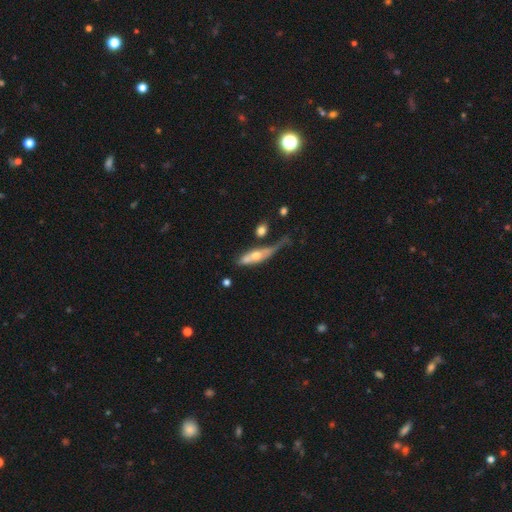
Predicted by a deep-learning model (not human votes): Smooth or featured? featured or disk (48%)
Merging? none (28%)